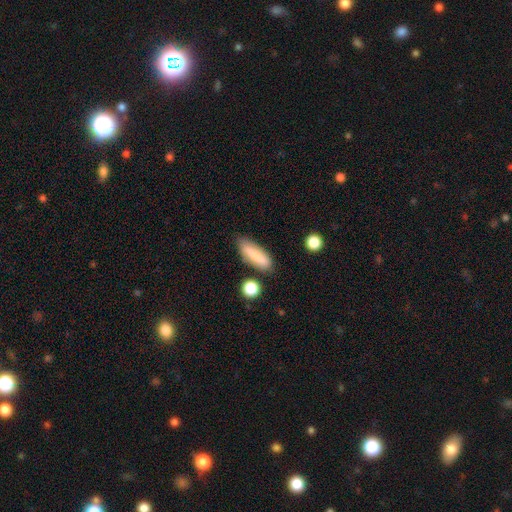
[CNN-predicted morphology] Smooth or featured? smooth (74%)
How rounded? cigar-shaped (52%)
Merging? none (76%)